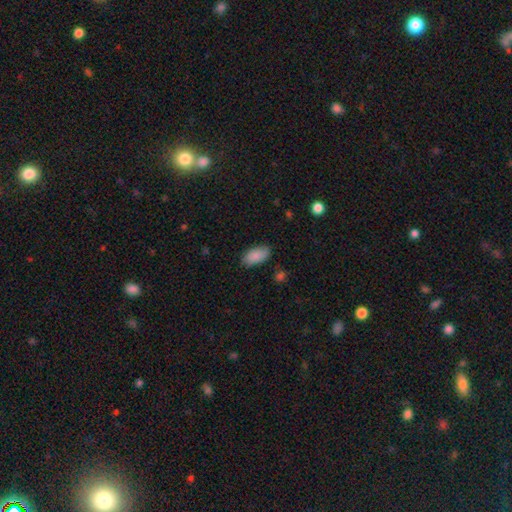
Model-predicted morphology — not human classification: Smooth or featured? Predicted: smooth (p=0.87). How rounded? Predicted: in between (p=0.94). Merging? Predicted: none (p=0.81).